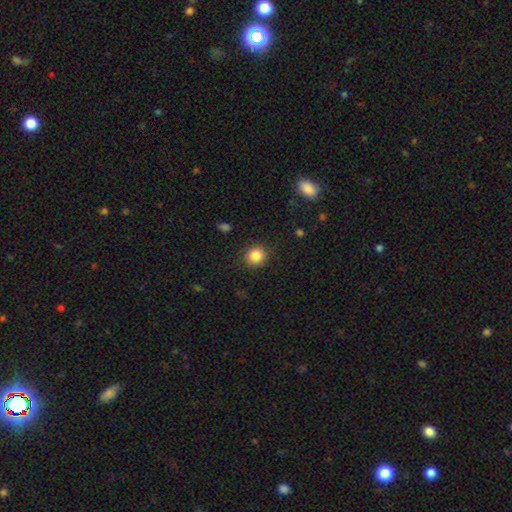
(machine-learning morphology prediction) The model was most divided on "smooth or featured": smooth: 86%, star or artifact: 10%, featured or disk: 4%. More confident: how rounded — round (88%); merging — none (88%).